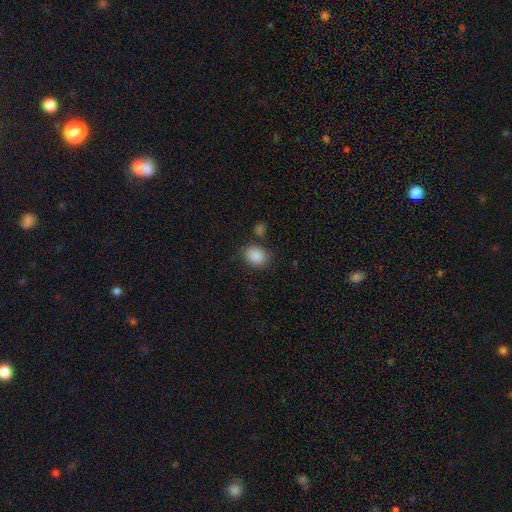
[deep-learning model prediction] This is clearly a smooth galaxy (88%). How rounded: likely in between (65%). Merging: likely none (77%).